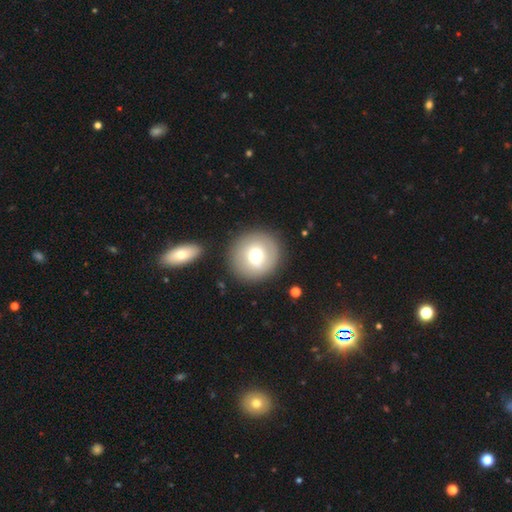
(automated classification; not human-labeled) This is likely a smooth galaxy (65%). How rounded: clearly round (91%). Merging: clearly none (84%).